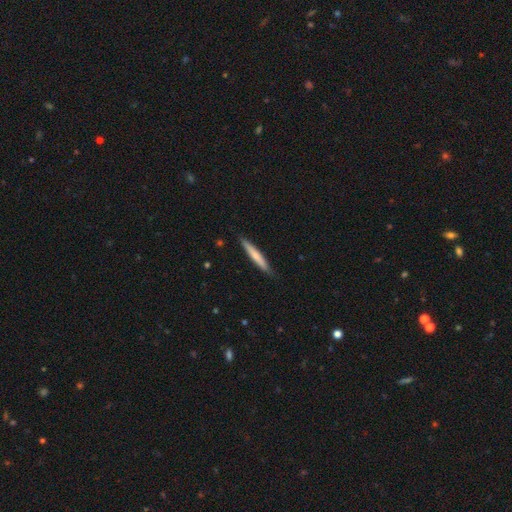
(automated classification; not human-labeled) Morphology: type=smooth (64%); roundness=cigar-shaped (95%); merging=none (88%).